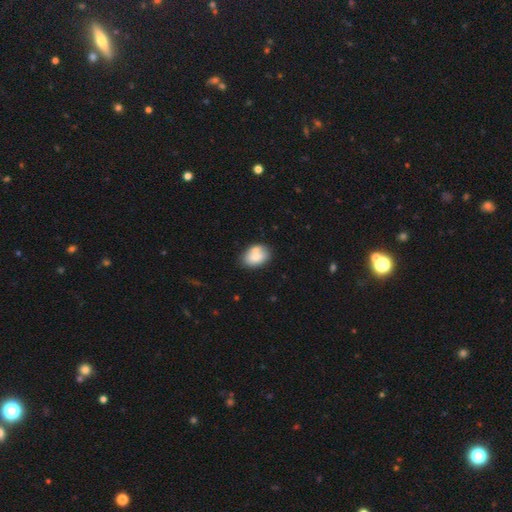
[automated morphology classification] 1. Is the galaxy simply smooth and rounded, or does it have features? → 78% smooth, 14% featured or disk, 8% star or artifact.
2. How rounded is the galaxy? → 80% in between, 19% round, 1% cigar-shaped.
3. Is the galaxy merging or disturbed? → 58% none, 19% minor disturbance, 18% merger, 5% major disturbance.